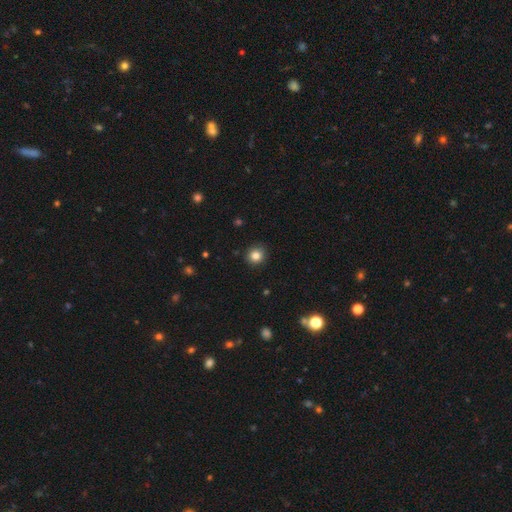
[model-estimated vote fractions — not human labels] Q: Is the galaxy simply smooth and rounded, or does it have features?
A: smooth — 84%.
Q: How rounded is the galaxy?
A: round — 89%.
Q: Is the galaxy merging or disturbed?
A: none — 89%.